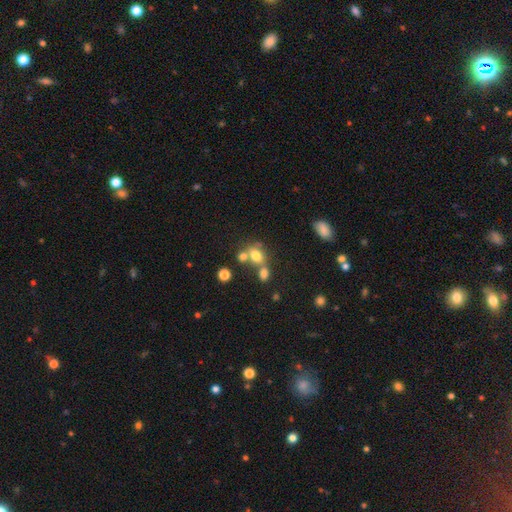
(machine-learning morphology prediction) Smooth or featured? smooth (72%)
How rounded? in between (58%)
Merging? merger (43%)